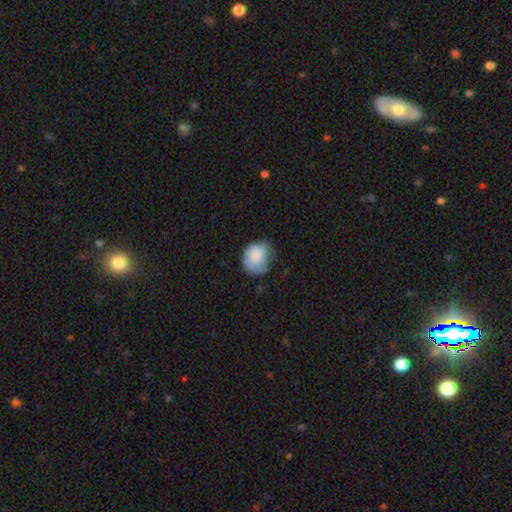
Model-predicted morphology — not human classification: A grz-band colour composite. It shows a smooth galaxy with no disk features (74%) that is round (65%). Merging: none (56%).